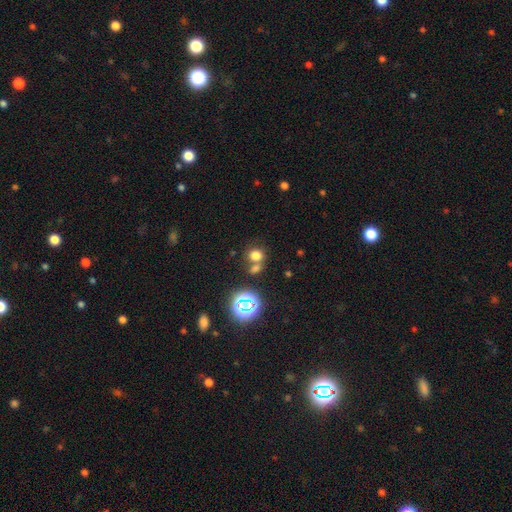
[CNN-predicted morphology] Smooth or featured? Predicted: smooth (p=0.70). How rounded? Predicted: round (p=0.73). Merging? Predicted: none (p=0.52).